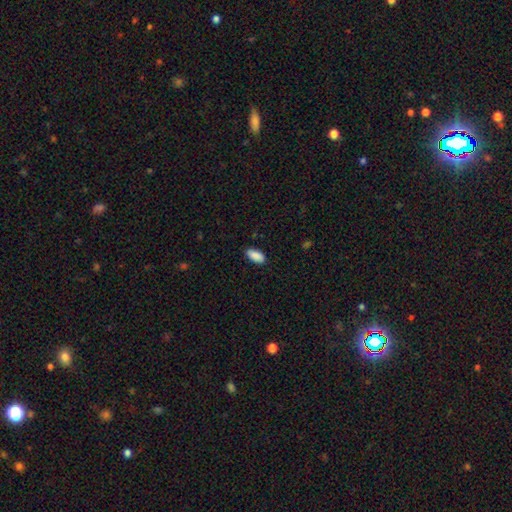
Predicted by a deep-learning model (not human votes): smooth 90%, star or artifact 7%, featured or disk 3%. Down the decision tree: how rounded — in between (90%); merging — none (85%).